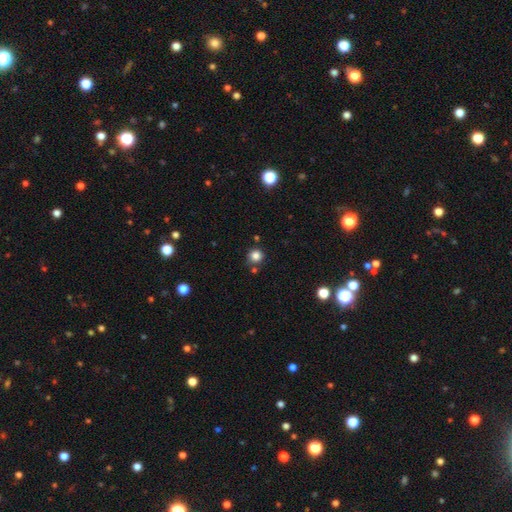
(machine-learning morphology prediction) smooth-or-featured: smooth: 82% | star or artifact: 13% | featured or disk: 5%
  how-rounded: round: 92% | in between: 7% | cigar-shaped: 1%
  merging: none: 79% | minor disturbance: 10% | merger: 8% | major disturbance: 3%